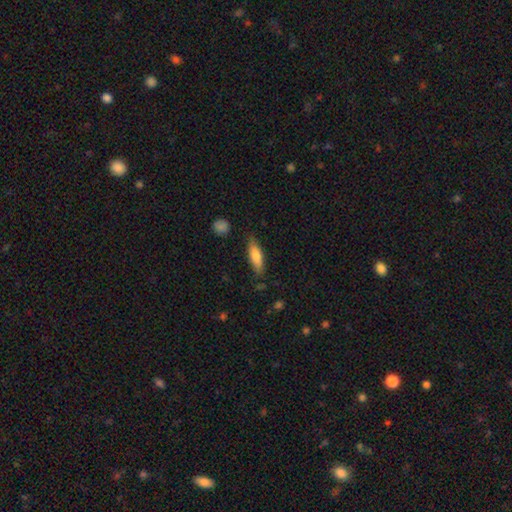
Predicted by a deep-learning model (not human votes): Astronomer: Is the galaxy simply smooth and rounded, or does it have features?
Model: smooth — 75%.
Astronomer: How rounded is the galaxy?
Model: cigar-shaped — 54% (runner-up: in between, 44%).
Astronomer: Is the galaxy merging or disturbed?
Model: none — 79%.